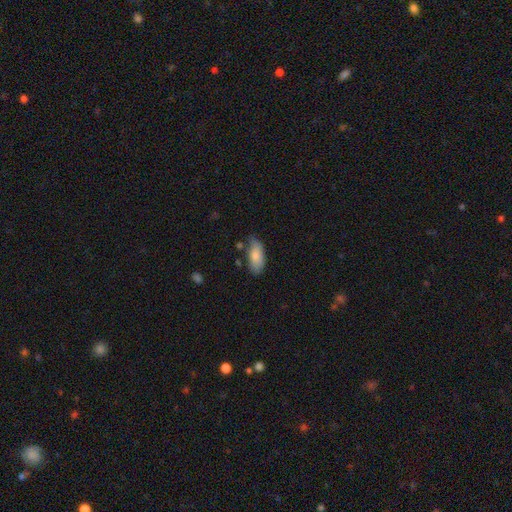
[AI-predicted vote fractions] smooth_or_featured: smooth (p=0.82) [alt: featured or disk p=0.11]
how_rounded: in between (p=0.88) [alt: cigar-shaped p=0.10]
merging: none (p=0.63) [alt: minor disturbance p=0.27]